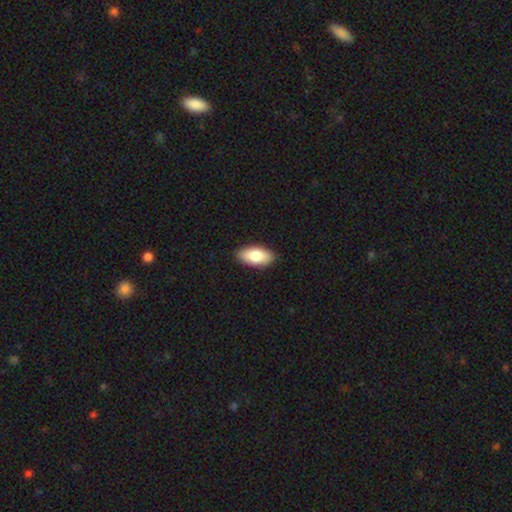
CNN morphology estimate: Smooth or featured? smooth (82%)
How rounded? in between (92%)
Merging? none (89%)